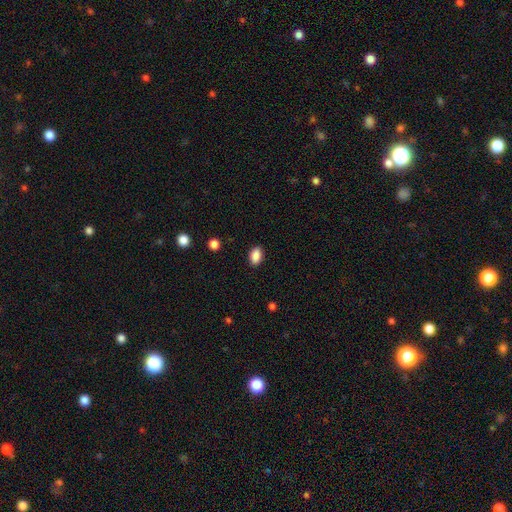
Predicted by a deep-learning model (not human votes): Smooth or featured: smooth — 88% (star or artifact — 8%)
How rounded: in between — 89% (round — 9%)
Merging: none — 88% (minor disturbance — 9%)